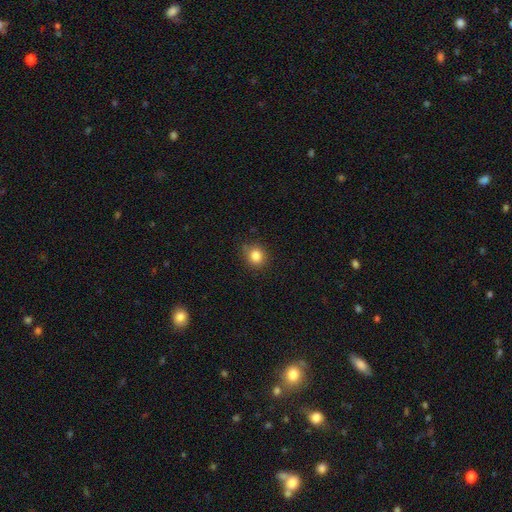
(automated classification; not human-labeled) Q: Smooth or featured?
A: smooth (83%); runner-up: star or artifact (11%)
Q: How rounded?
A: round (76%); runner-up: in between (23%)
Q: Merging?
A: none (80%); runner-up: minor disturbance (15%)